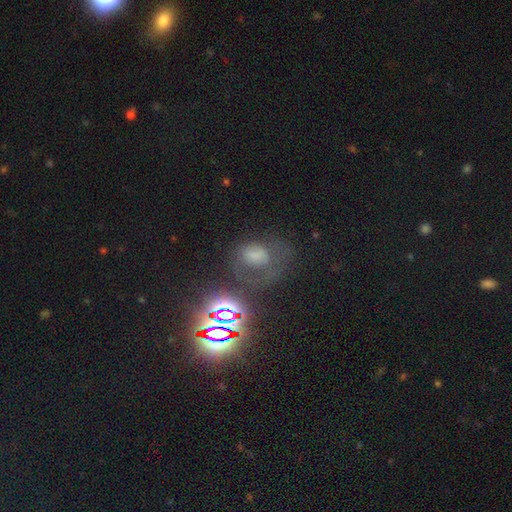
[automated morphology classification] This is possibly a smooth galaxy (49%). Merging: marginally major disturbance (36%, tied with none).